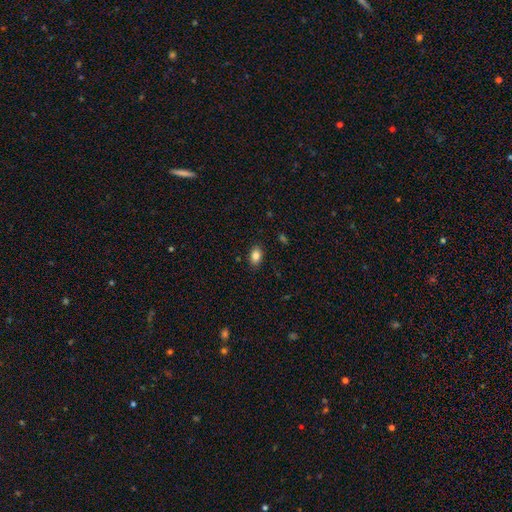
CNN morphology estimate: Smooth or featured? smooth (85%)
How rounded? in between (84%)
Merging? none (87%)